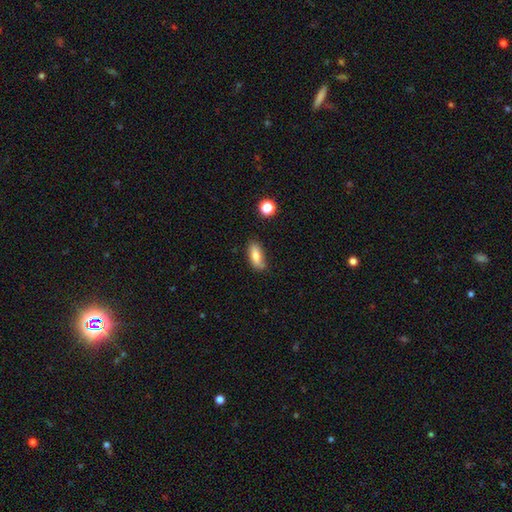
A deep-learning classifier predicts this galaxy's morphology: Smooth or featured? smooth (78%)
How rounded? in between (77%)
Merging? none (72%)